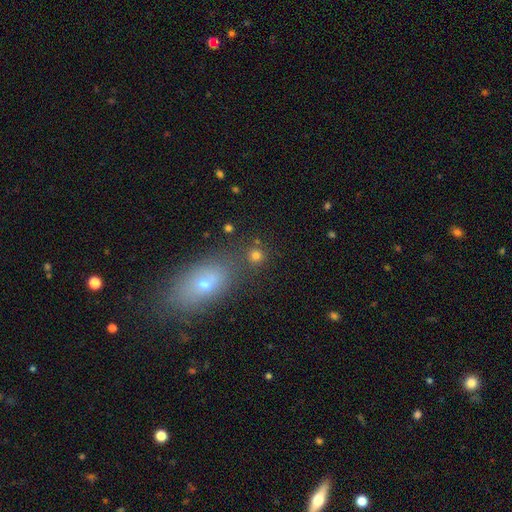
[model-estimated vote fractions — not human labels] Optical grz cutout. It shows a smooth galaxy with no disk features (69%) that is round (78%). Merging: none (69%).